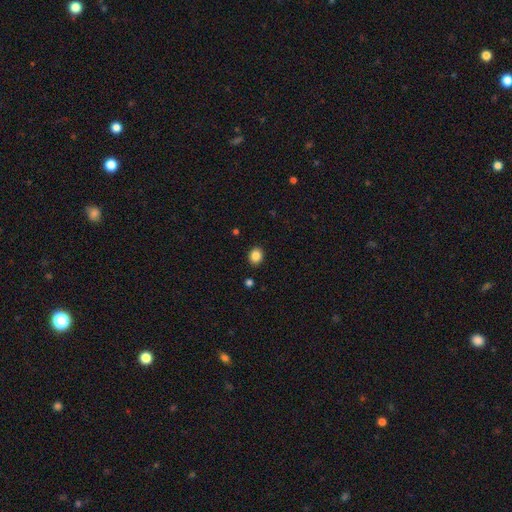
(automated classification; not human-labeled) smooth 86%, star or artifact 10%, featured or disk 5%. Down the decision tree: how rounded — round (64%); merging — none (90%).